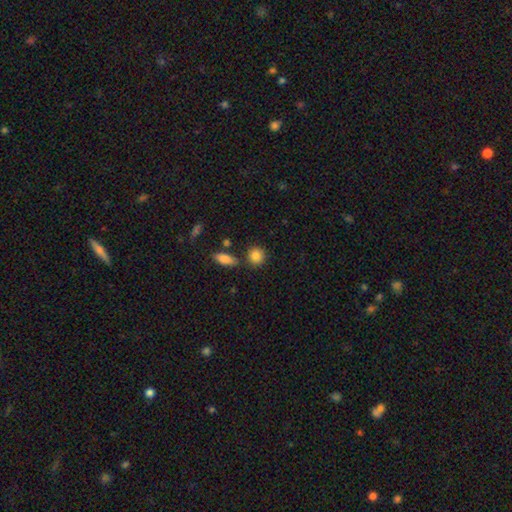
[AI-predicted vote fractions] Smooth or featured? smooth (86%)
How rounded? round (82%)
Merging? none (78%)